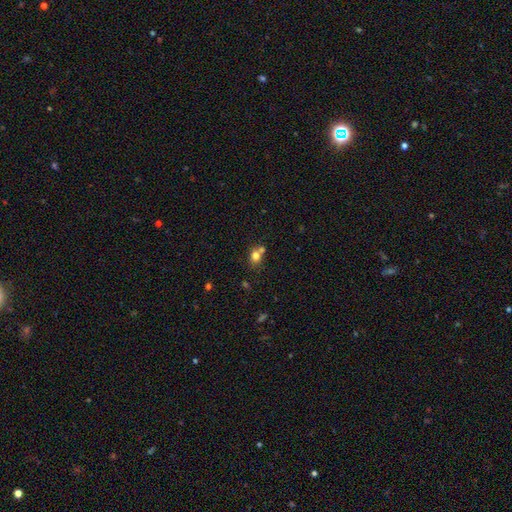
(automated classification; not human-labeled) smooth-or-featured: smooth: 76% | star or artifact: 13% | featured or disk: 11%
  how-rounded: round: 61% | in between: 38% | cigar-shaped: 1%
  merging: none: 47% | merger: 39% | minor disturbance: 10% | major disturbance: 4%